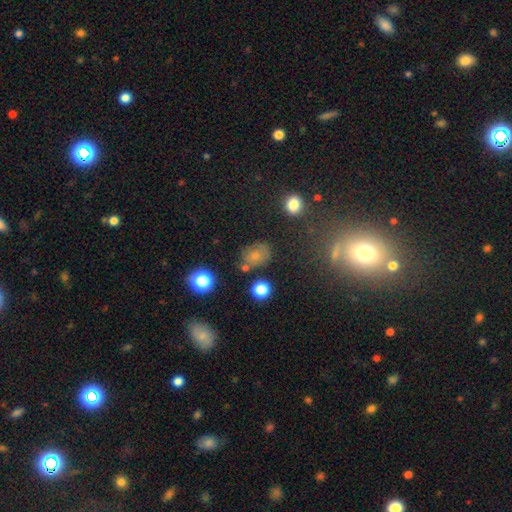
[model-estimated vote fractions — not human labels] smooth_or_featured: smooth (p=0.70) [alt: star or artifact p=0.17]
how_rounded: in between (p=0.58) [alt: round p=0.40]
merging: none (p=0.64) [alt: minor disturbance p=0.20]